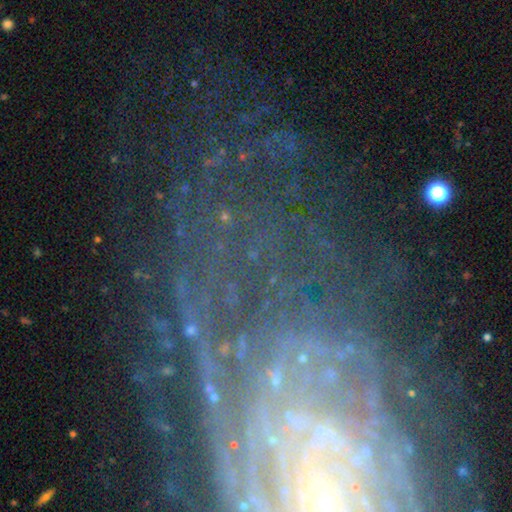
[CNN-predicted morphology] Smooth or featured? Predicted: featured or disk (p=0.60). Edge-on disk? Predicted: no (p=0.95). Bar? Predicted: no (p=0.64). Spiral arms? Predicted: yes (p=0.79). Bulge size? Predicted: small (p=0.57). Merging? Predicted: none (p=0.60).